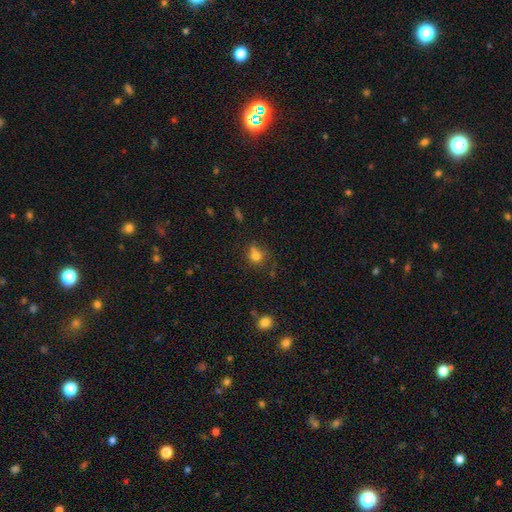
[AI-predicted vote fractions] smooth-or-featured: smooth: 75% | star or artifact: 15% | featured or disk: 10%
  how-rounded: round: 77% | in between: 22% | cigar-shaped: 1%
  merging: none: 57% | minor disturbance: 20% | merger: 14% | major disturbance: 9%